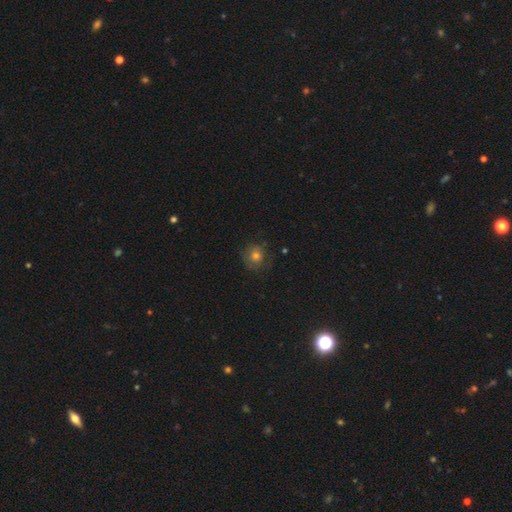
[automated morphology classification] This appears to be a smooth galaxy with no disk features (64%) that is round (88%). Merging: none (75%).